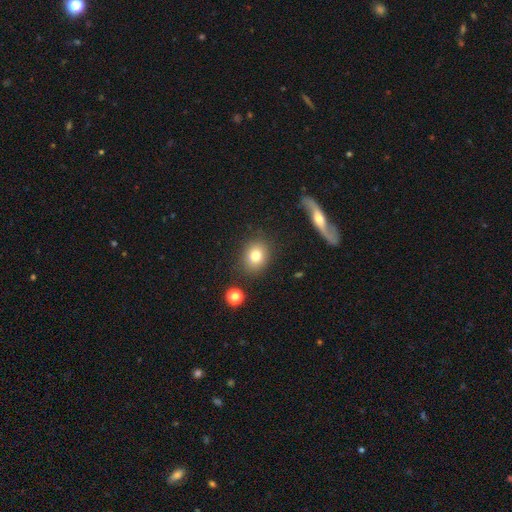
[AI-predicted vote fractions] Overall: smooth (79%). How rounded: round (60%; in between 39%). Merging: none (84%).